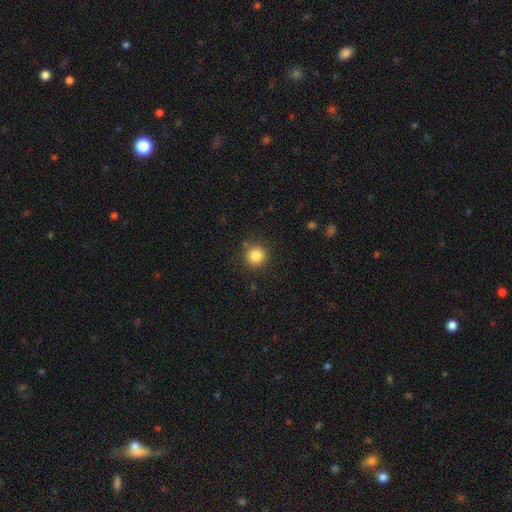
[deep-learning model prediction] This is clearly a smooth galaxy (85%). How rounded: clearly round (93%). Merging: clearly none (87%).